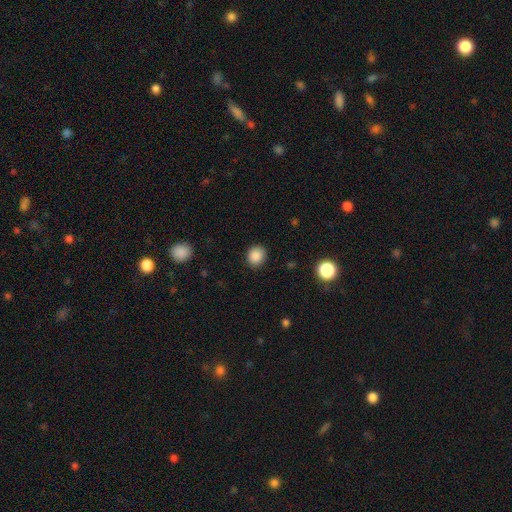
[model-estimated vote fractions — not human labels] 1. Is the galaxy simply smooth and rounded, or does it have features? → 88% smooth, 9% star or artifact, 3% featured or disk.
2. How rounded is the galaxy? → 76% round, 23% in between, 1% cigar-shaped.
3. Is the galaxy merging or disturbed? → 89% none, 7% minor disturbance, 2% major disturbance, 1% merger.